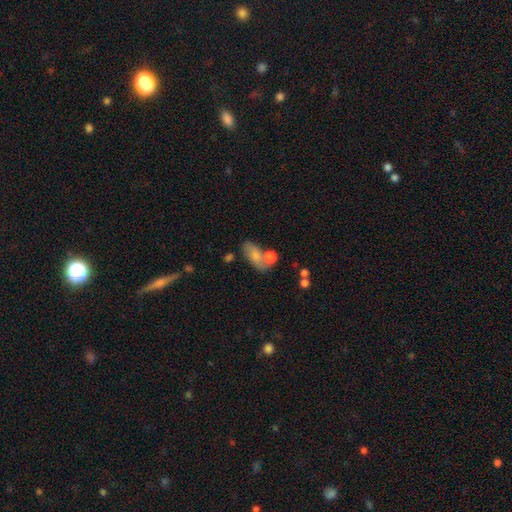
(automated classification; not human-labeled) Morphology: type=smooth (71%); roundness=in between (85%); merging=none (45%).